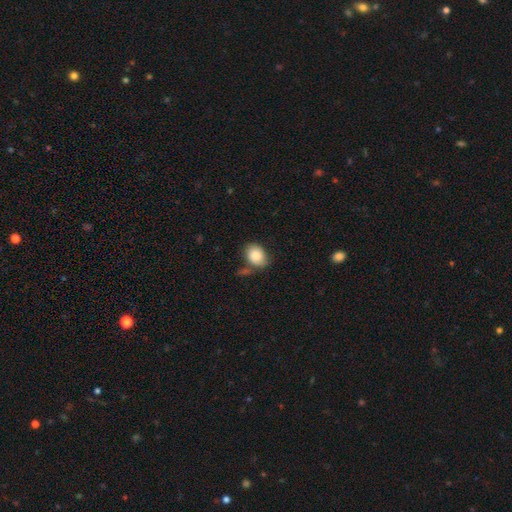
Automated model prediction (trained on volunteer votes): Smooth or featured: smooth — 85% (featured or disk — 7%)
How rounded: in between — 58% (round — 41%)
Merging: none — 63% (minor disturbance — 21%)